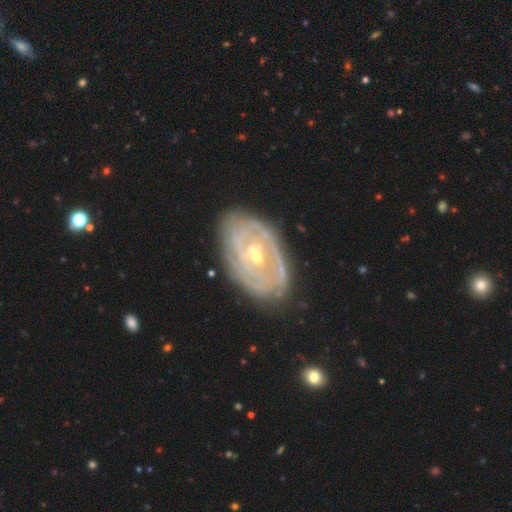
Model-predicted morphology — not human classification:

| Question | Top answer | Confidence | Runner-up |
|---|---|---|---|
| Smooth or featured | featured or disk | 82% | smooth (12%) |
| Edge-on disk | no | 95% | yes (5%) |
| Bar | no | 50% | weak (36%) |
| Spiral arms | yes | 79% | no (21%) |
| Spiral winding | tight | 72% | medium (21%) |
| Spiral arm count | can't tell | 48% | 2 (24%) |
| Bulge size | small | 59% | moderate (37%) |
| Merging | none | 75% | minor disturbance (18%) |